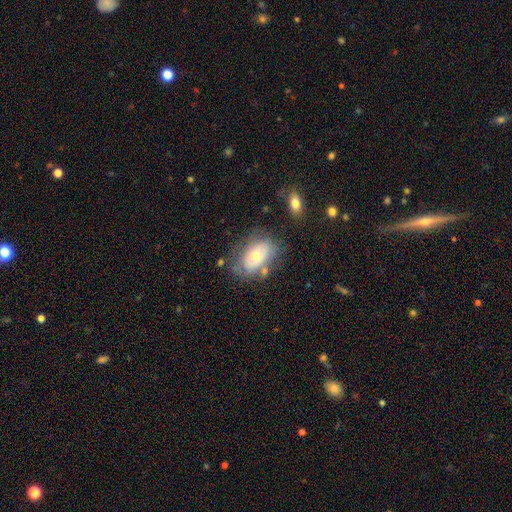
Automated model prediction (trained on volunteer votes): smooth_or_featured: smooth (p=0.50) [alt: featured or disk p=0.42]
how_rounded: in between (p=0.86) [alt: round p=0.12]
merging: none (p=0.59) [alt: minor disturbance p=0.22]